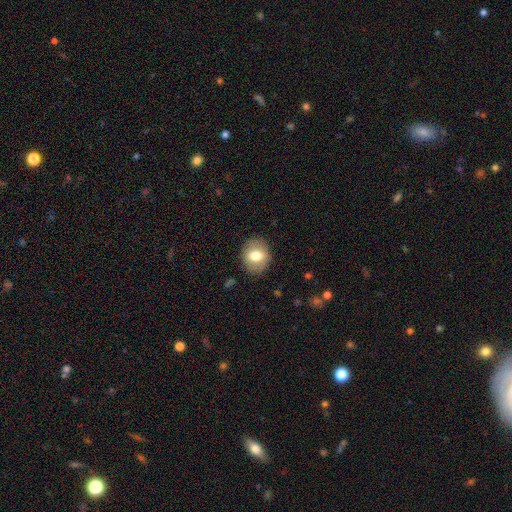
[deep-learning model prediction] This is likely a smooth galaxy (69%). How rounded: possibly round (59%). Merging: clearly none (87%).